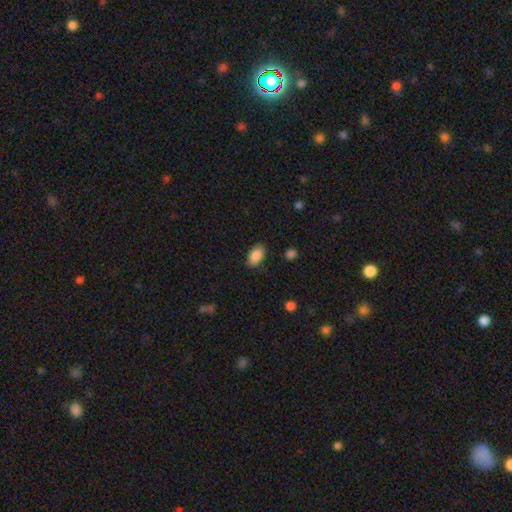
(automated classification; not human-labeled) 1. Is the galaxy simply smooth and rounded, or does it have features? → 88% smooth, 7% star or artifact, 5% featured or disk.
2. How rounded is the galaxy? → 92% in between, 6% round, 2% cigar-shaped.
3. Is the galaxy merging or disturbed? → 84% none, 11% minor disturbance, 3% major disturbance, 1% merger.